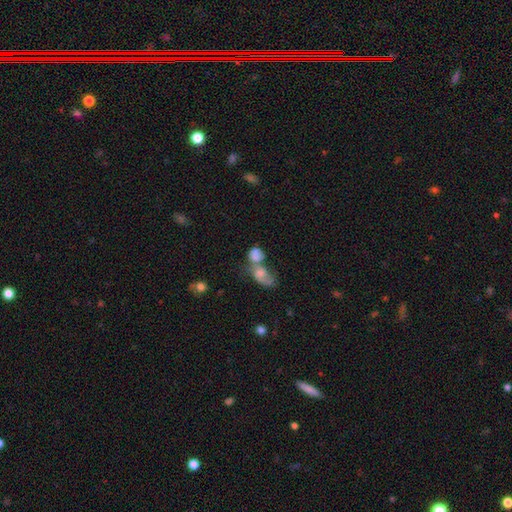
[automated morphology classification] Overall: smooth (67%). How rounded: in between (52%; round 45%). Merging: merger (66%).